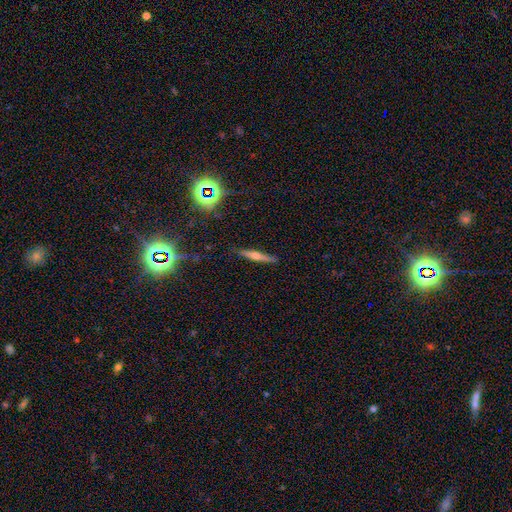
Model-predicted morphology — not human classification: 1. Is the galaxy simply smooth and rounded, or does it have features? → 53% featured or disk, 38% smooth, 9% star or artifact.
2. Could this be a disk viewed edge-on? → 97% yes, 3% no.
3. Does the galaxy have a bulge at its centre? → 74% rounded, 15% none, 11% boxy.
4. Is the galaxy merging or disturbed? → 88% none, 8% minor disturbance, 2% major disturbance, 1% merger.